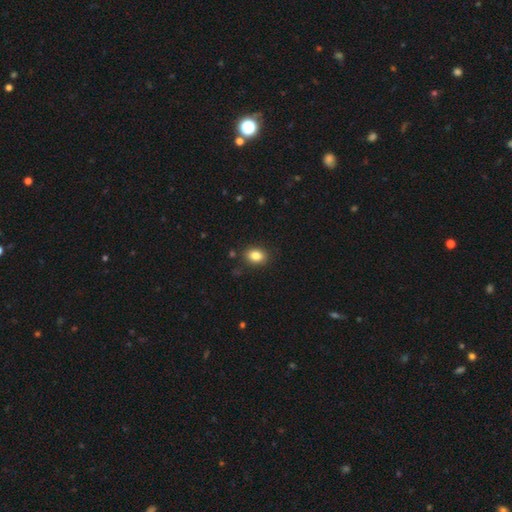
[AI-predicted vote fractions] smooth_or_featured: smooth (p=0.84) [alt: star or artifact p=0.09]
how_rounded: in between (p=0.75) [alt: round p=0.24]
merging: none (p=0.86) [alt: minor disturbance p=0.10]